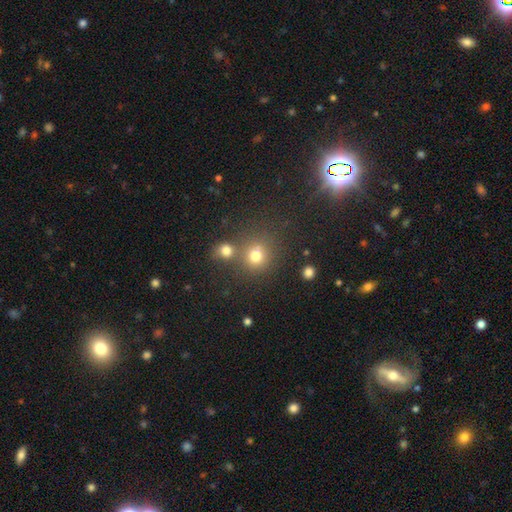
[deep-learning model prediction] Overall: smooth (75%). How rounded: round (83%). Merging: none (59%; merger 27%).